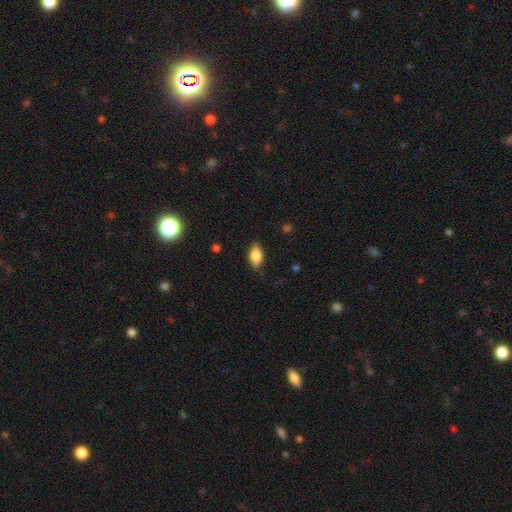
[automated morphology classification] smooth_or_featured: smooth (p=0.77) [alt: featured or disk p=0.15]
how_rounded: in between (p=0.86) [alt: cigar-shaped p=0.10]
merging: none (p=0.84) [alt: minor disturbance p=0.13]